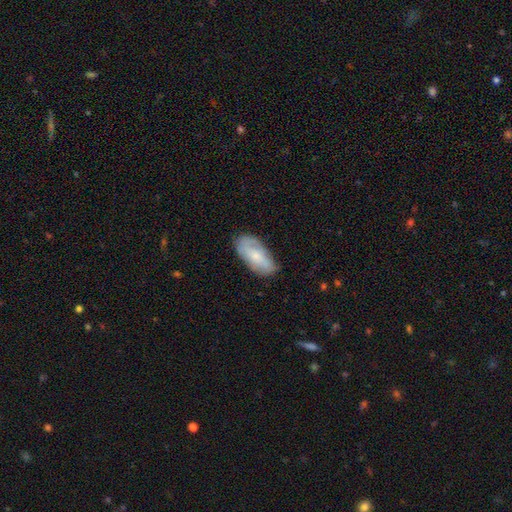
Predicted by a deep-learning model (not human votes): Q: Smooth or featured?
A: smooth (52%); runner-up: featured or disk (41%)
Q: How rounded?
A: in between (90%); runner-up: cigar-shaped (7%)
Q: Merging?
A: none (68%); runner-up: minor disturbance (24%)